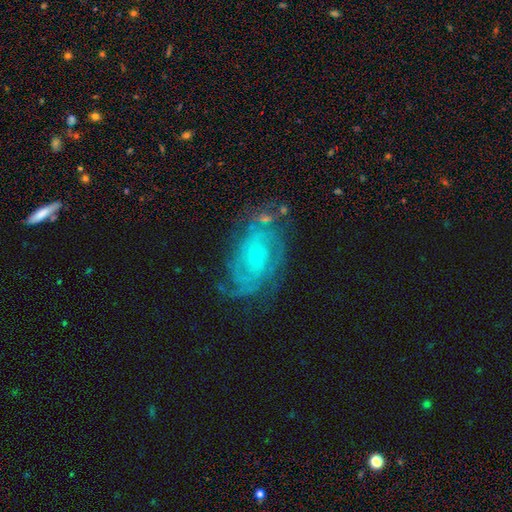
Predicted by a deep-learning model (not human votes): This appears to be a featured or disk galaxy (82%) with no bar (72%), tight (58%) spiral arms (93%) and a small central bulge (80%). Merging: none (67%).